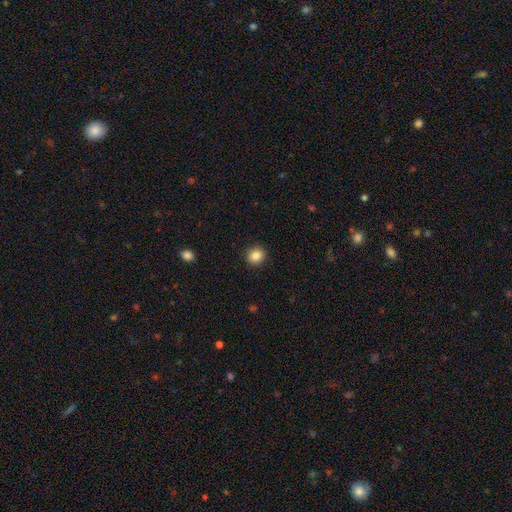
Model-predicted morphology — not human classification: Overall: smooth (85%). How rounded: round (86%). Merging: none (92%).